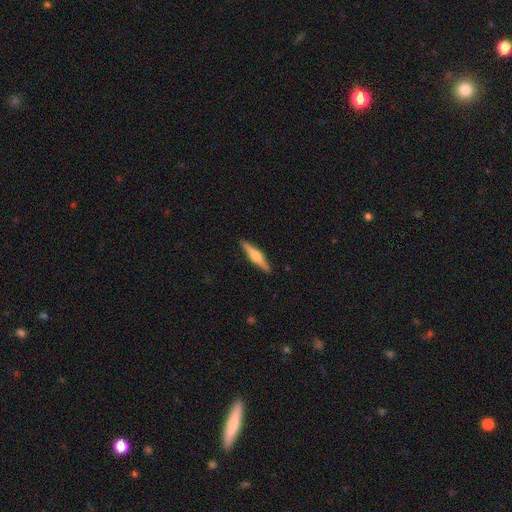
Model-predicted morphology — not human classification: Smooth or featured?
  - featured or disk: 65% *
  - smooth: 30%
  - star or artifact: 5%
Edge-on disk?
  - yes: 97% *
  - no: 3%
Edge-on bulge?
  - rounded: 92% *
  - boxy: 6%
  - none: 3%
Merging?
  - none: 91% *
  - minor disturbance: 6%
  - major disturbance: 1%
  - merger: 1%